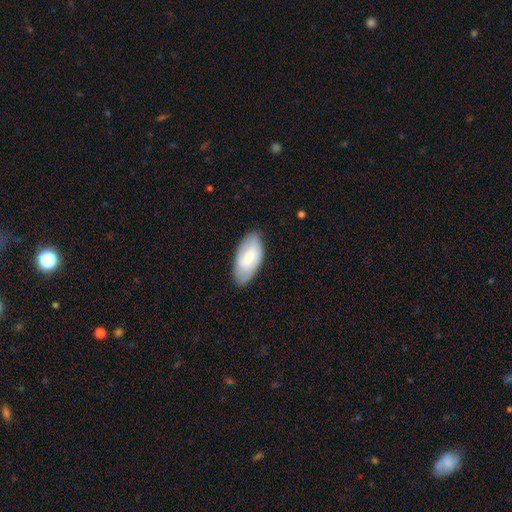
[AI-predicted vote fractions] smooth 57%, featured or disk 37%, star or artifact 6%. Down the decision tree: how rounded — in between (92%); merging — none (82%).